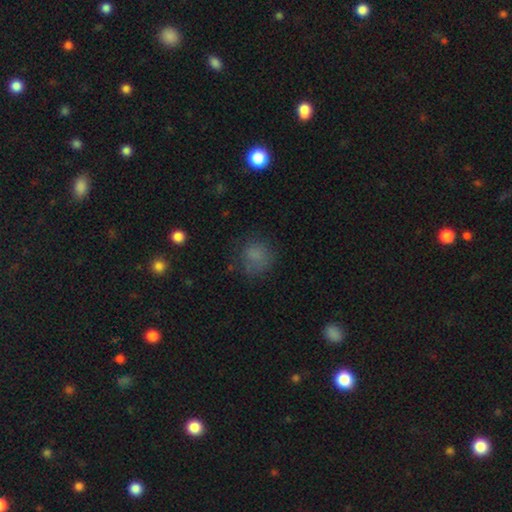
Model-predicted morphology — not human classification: A smooth galaxy with no disk features (73%) that is round (80%). Merging: none (65%).